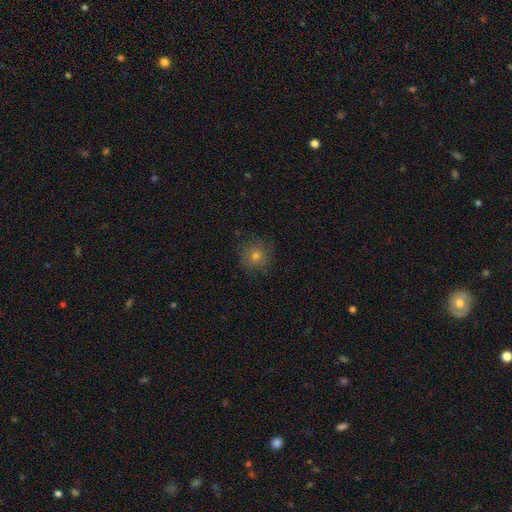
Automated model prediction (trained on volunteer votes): Morphology: type=smooth (67%); roundness=round (94%); merging=none (86%).